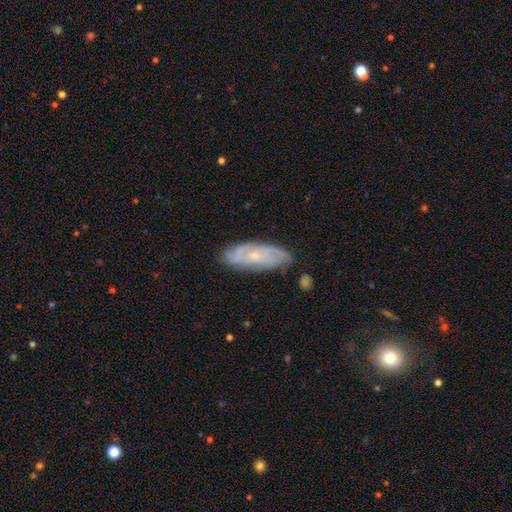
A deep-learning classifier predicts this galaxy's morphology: A featured or disk galaxy (70%) with no bar (72%), tight (56%) spiral arms (88%) and a small central bulge (70%).

Vote fractions:
- Smooth or featured? featured or disk: 70% / smooth: 23% / star or artifact: 7%
- Edge-on disk? no: 87% / yes: 13%
- Bar? no: 72% / weak: 23% / strong: 4%
- Spiral arms? yes: 88% / no: 12%
- Spiral winding? tight: 56% / medium: 33% / loose: 11%
- Spiral arm count? can't tell: 41% / 2: 24% / 3: 17% / 4: 10% / 1: 4% / more than 4: 4%
- Bulge size? small: 70% / moderate: 25% / none: 2% / large: 1% / dominant: 1%
- Merging? none: 75% / minor disturbance: 19% / major disturbance: 4% / merger: 2%